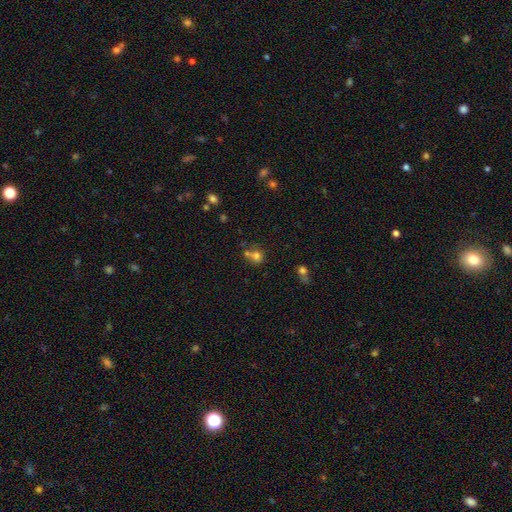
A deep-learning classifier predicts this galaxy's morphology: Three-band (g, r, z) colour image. It shows a smooth galaxy with no disk features (70%) that is round (74%). Merging: merger (41%).